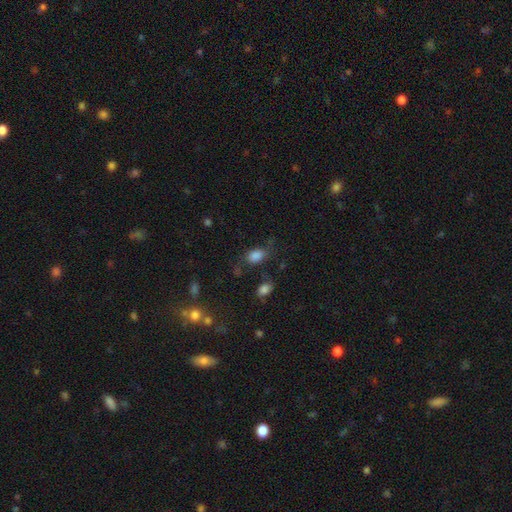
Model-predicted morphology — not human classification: This is clearly a smooth galaxy (82%). How rounded: clearly in between (83%). Merging: possibly none (59%).